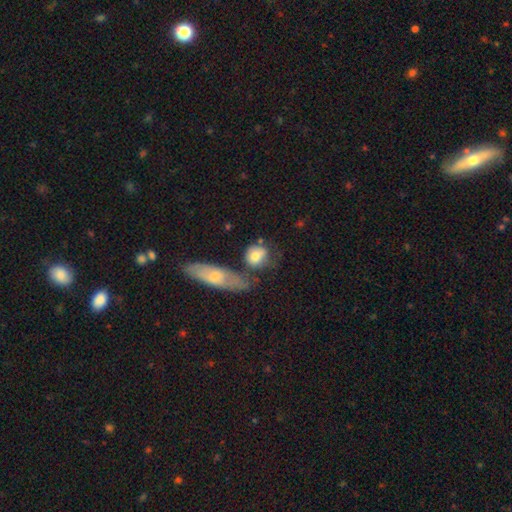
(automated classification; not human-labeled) Q: Smooth or featured?
A: smooth (74%); runner-up: featured or disk (19%)
Q: How rounded?
A: round (61%); runner-up: in between (33%)
Q: Merging?
A: none (47%); runner-up: merger (21%)